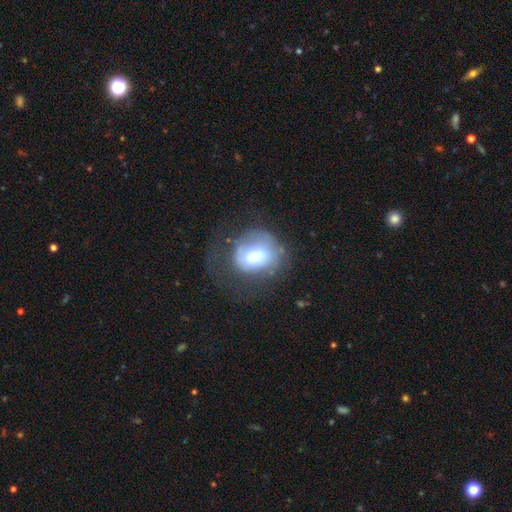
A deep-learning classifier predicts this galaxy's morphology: Smooth or featured? smooth (55%)
How rounded? round (68%)
Merging? none (42%)